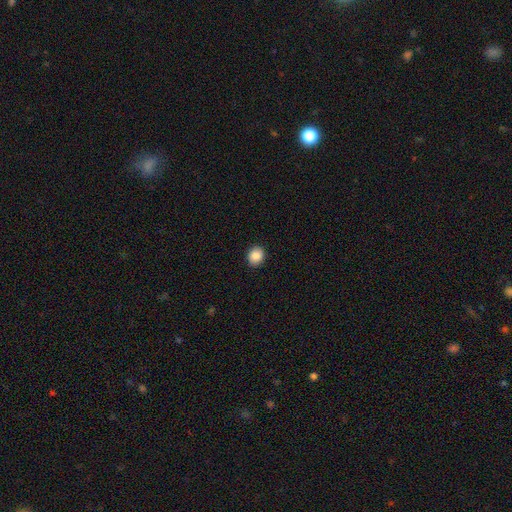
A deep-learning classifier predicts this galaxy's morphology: smooth_or_featured: smooth (p=0.88) [alt: star or artifact p=0.08]
how_rounded: round (p=0.72) [alt: in between p=0.27]
merging: none (p=0.90) [alt: minor disturbance p=0.07]